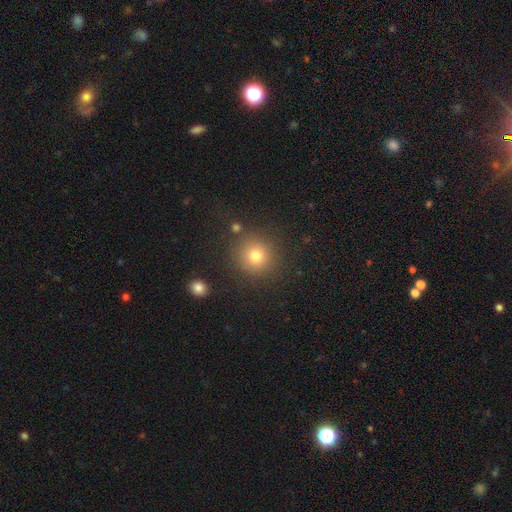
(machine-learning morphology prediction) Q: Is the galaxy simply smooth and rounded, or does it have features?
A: smooth — 77%.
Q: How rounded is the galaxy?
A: round — 92%.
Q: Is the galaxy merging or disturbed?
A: none — 85%.